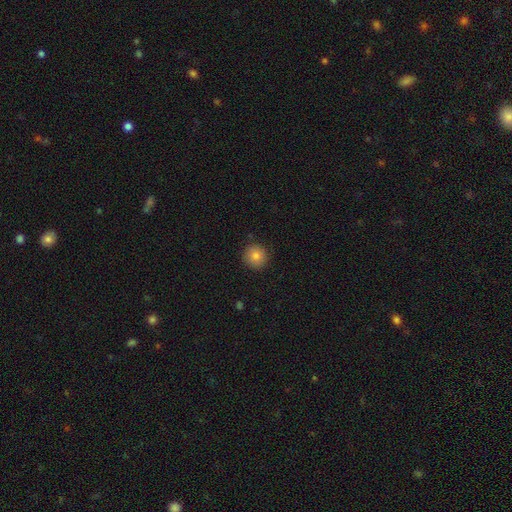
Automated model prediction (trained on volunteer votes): smooth-or-featured: smooth: 83% | star or artifact: 10% | featured or disk: 7%
  how-rounded: round: 93% | in between: 6% | cigar-shaped: 1%
  merging: none: 89% | minor disturbance: 8% | major disturbance: 2% | merger: 1%